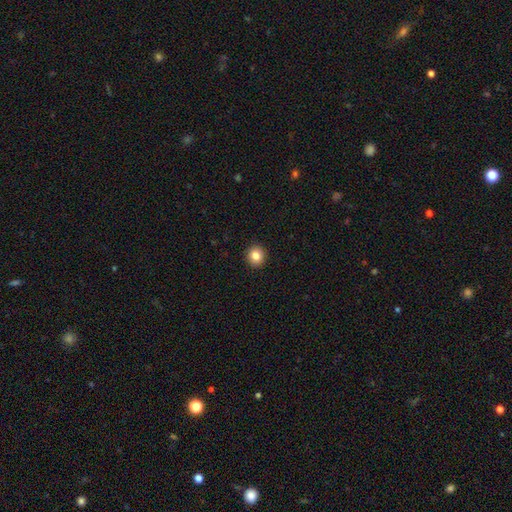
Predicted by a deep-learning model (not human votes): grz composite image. It shows a smooth galaxy with no disk features (83%) that is round (88%). Merging: none (93%).